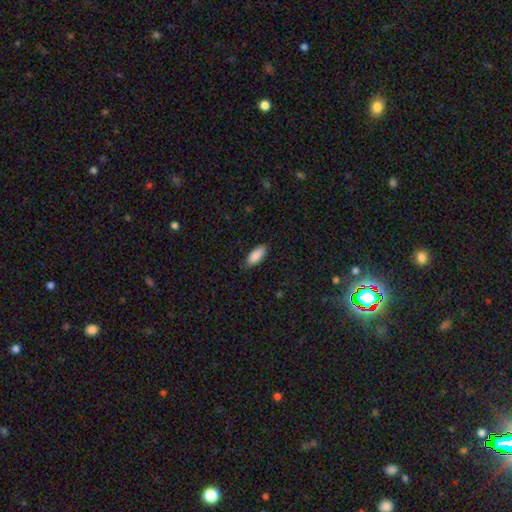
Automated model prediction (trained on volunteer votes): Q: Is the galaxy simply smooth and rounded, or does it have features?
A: smooth — 89%.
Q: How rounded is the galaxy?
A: in between — 86%.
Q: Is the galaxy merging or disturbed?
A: none — 83%.